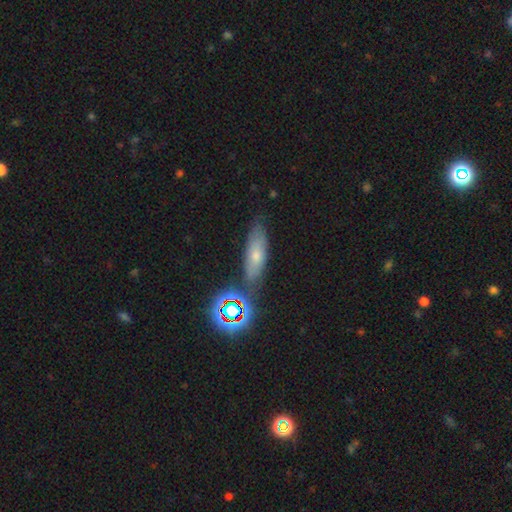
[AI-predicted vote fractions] The model was most divided on "smooth or featured": smooth: 48%, featured or disk: 28%, star or artifact: 24%. More confident: merging — none (73%).